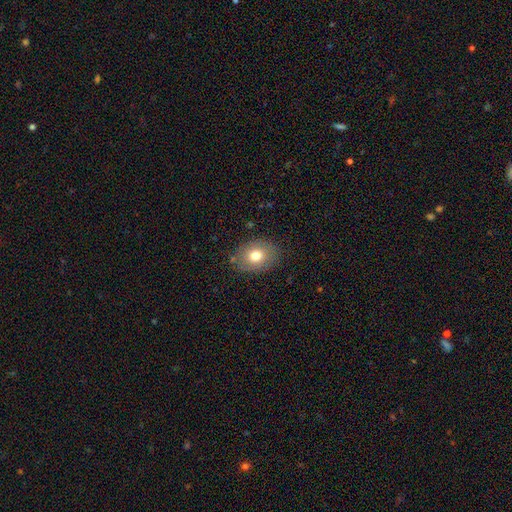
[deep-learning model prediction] Morphology: type=smooth (73%); roundness=in between (63%); merging=none (82%).